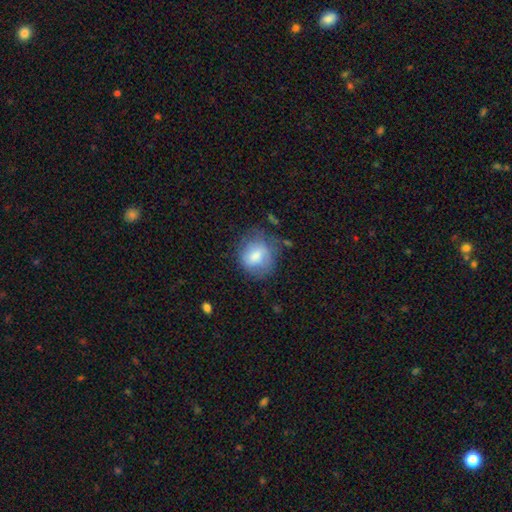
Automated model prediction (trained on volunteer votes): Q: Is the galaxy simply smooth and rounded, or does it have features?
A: smooth — 72%.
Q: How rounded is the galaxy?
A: round — 70%.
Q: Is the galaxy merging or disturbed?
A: none — 55%.